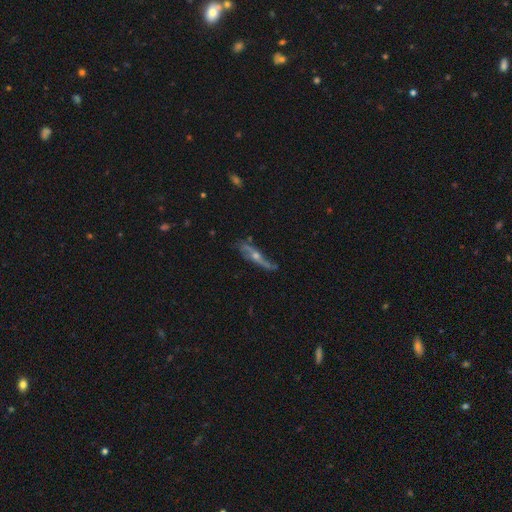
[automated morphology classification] smooth-or-featured: featured or disk: 75% | smooth: 18% | star or artifact: 8%
  disk-edge-on: yes: 68% | no: 32%
    edge-on-bulge: rounded: 87% | none: 9% | boxy: 4%
  merging: none: 64% | minor disturbance: 24% | major disturbance: 9% | merger: 3%